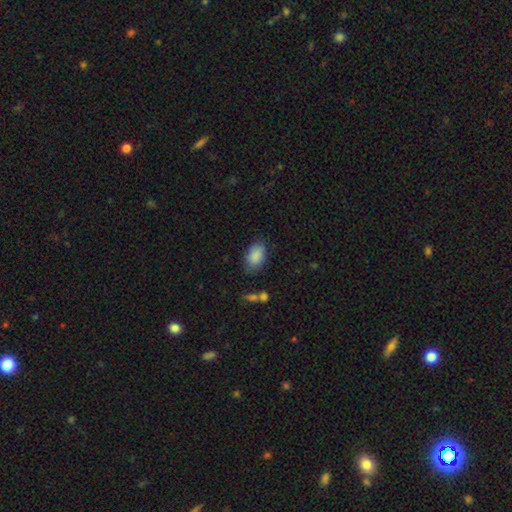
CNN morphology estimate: smooth 88%, star or artifact 7%, featured or disk 5%. Down the decision tree: how rounded — in between (91%); merging — none (77%).